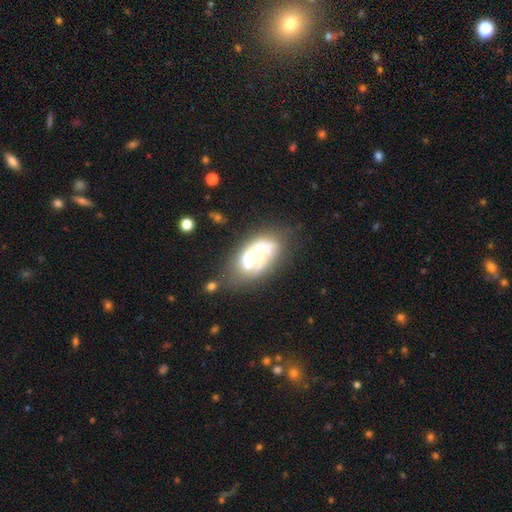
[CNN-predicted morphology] featured or disk 68%, smooth 24%, star or artifact 8%. Down the decision tree: edge-on disk — no (96%); bar — no (72%); spiral arms — yes (74%); bulge size — moderate (43%); merging — none (49%).